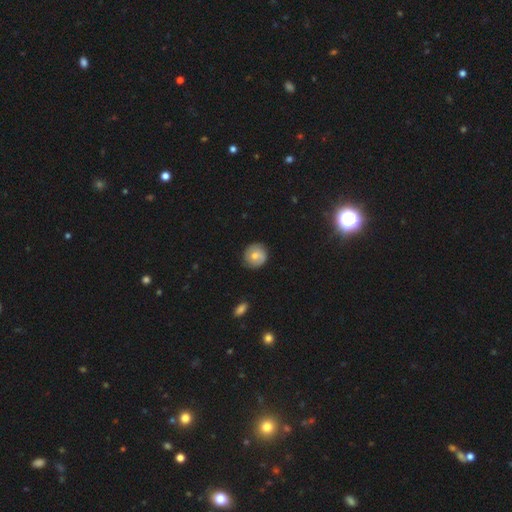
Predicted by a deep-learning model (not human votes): Overall: smooth (60%; featured or disk 31%). How rounded: round (91%). Merging: none (85%).